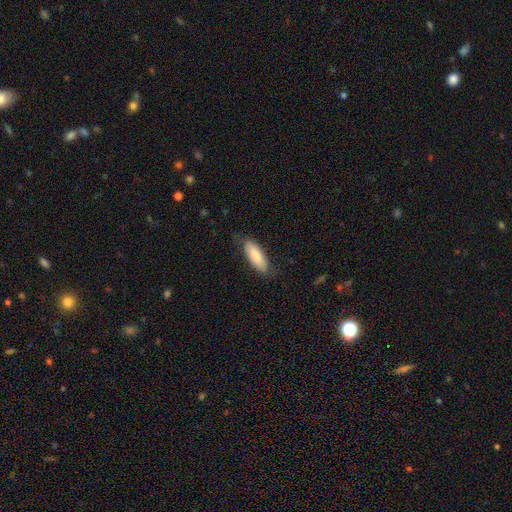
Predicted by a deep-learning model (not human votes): smooth_or_featured: smooth (p=0.81) [alt: featured or disk p=0.13]
how_rounded: in between (p=0.71) [alt: cigar-shaped p=0.28]
merging: none (p=0.77) [alt: minor disturbance p=0.18]